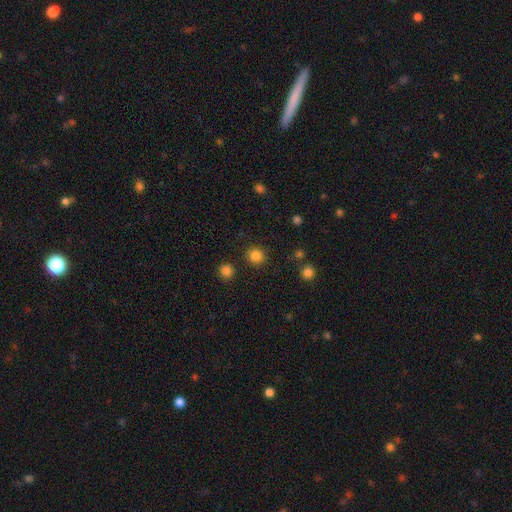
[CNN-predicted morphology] This appears to be a smooth galaxy with no disk features (84%) that is round (90%). Merging: none (89%).